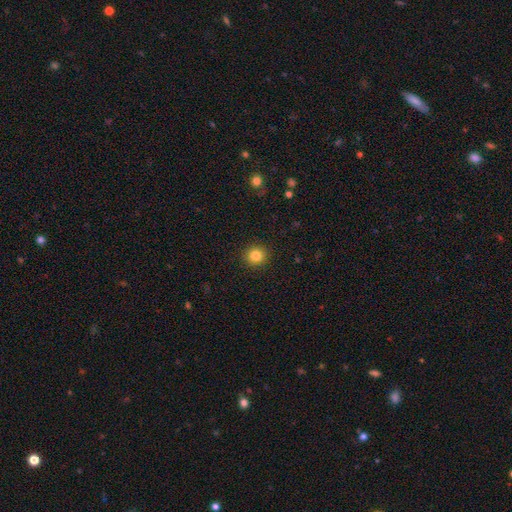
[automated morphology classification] A smooth galaxy with no disk features (84%) that is round (93%). Merging: none (92%).